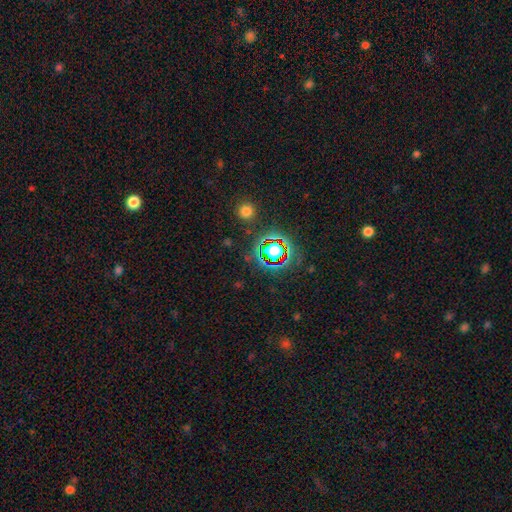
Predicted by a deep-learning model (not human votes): Morphology: type=star or artifact (76%).